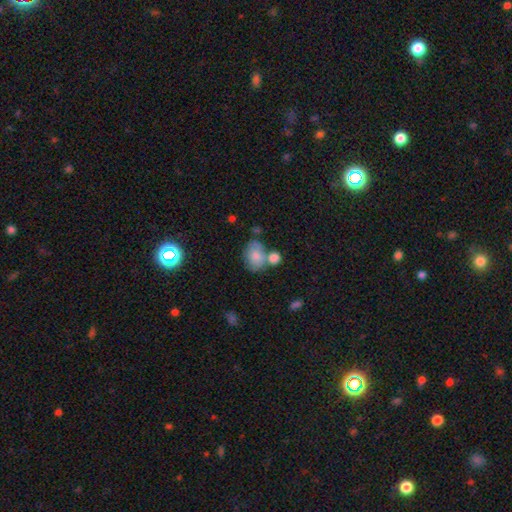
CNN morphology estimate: Smooth or featured? Predicted: smooth (p=0.77). How rounded? Predicted: in between (p=0.73). Merging? Predicted: none (p=0.39).